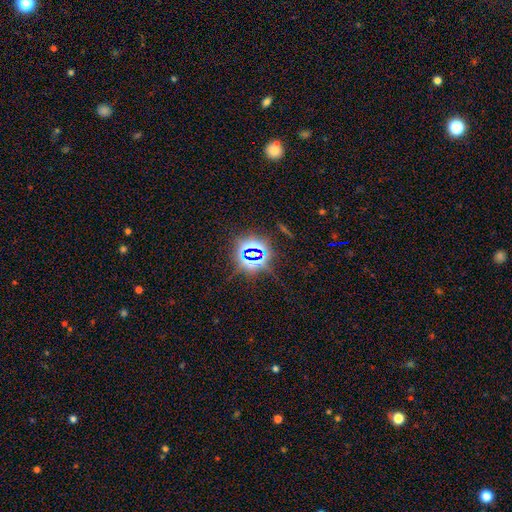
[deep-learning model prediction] Morphology: type=star or artifact (79%).